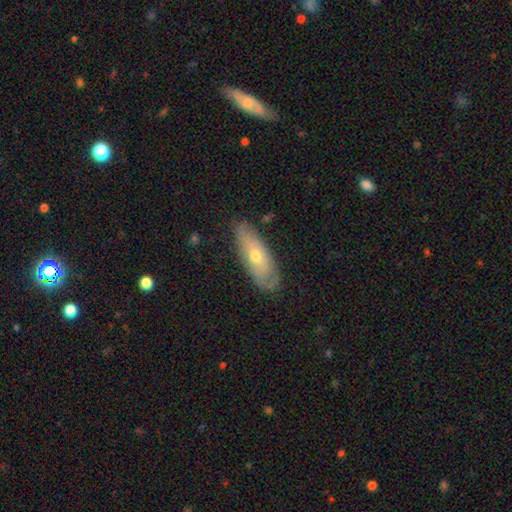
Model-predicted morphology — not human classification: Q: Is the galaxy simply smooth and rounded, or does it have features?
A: featured or disk — 51%.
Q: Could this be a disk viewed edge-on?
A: no — 68%.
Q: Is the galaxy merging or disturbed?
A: none — 79%.